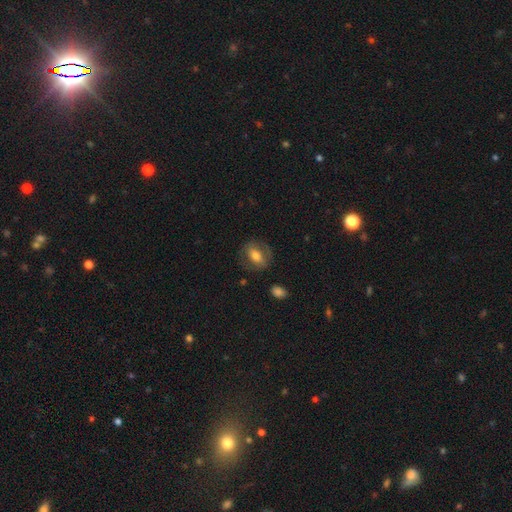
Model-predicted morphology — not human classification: smooth-or-featured: smooth: 59% | featured or disk: 33% | star or artifact: 8%
  how-rounded: in between: 66% | round: 31% | cigar-shaped: 3%
  merging: none: 74% | minor disturbance: 15% | major disturbance: 9% | merger: 2%